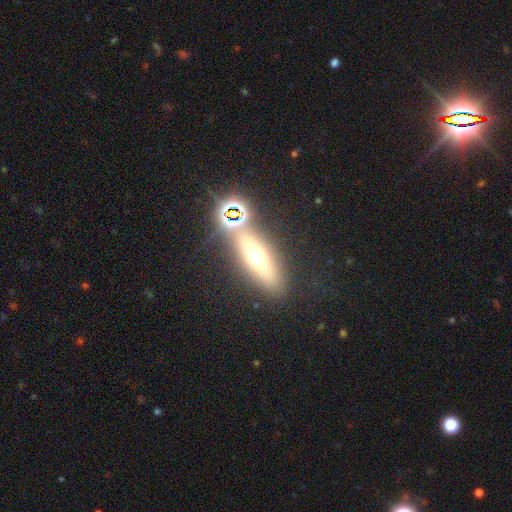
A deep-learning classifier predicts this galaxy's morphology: Smooth or featured? smooth (41%)
Merging? none (76%)